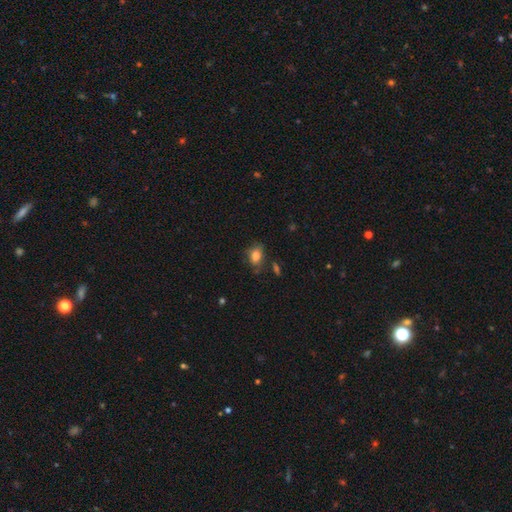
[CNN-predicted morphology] smooth_or_featured: smooth (p=0.80) [alt: featured or disk p=0.10]
how_rounded: in between (p=0.74) [alt: round p=0.24]
merging: none (p=0.66) [alt: minor disturbance p=0.23]